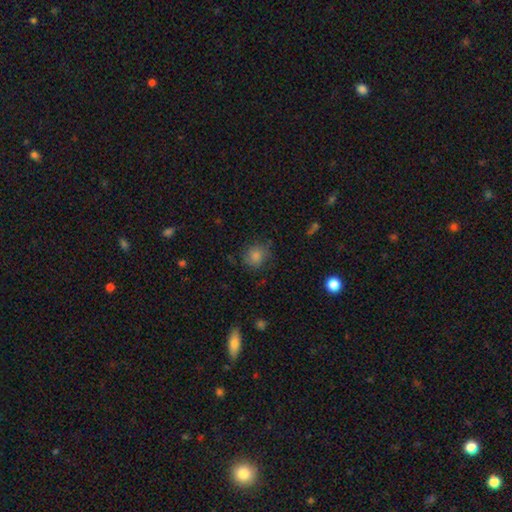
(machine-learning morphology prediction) Smooth or featured? smooth (70%)
How rounded? round (81%)
Merging? none (75%)